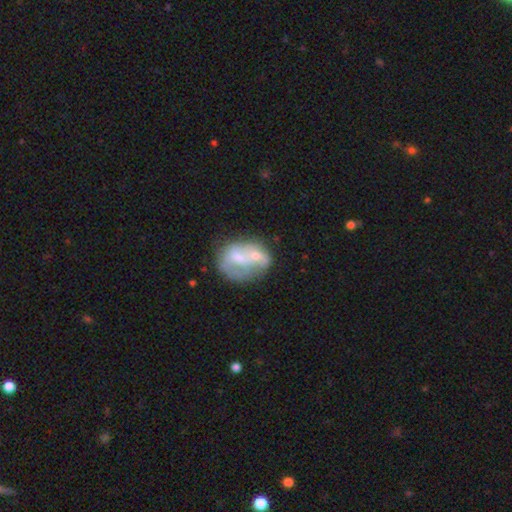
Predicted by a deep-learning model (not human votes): Q: Smooth or featured?
A: featured or disk (48%); runner-up: smooth (43%)
Q: Merging?
A: merger (45%); runner-up: none (22%)